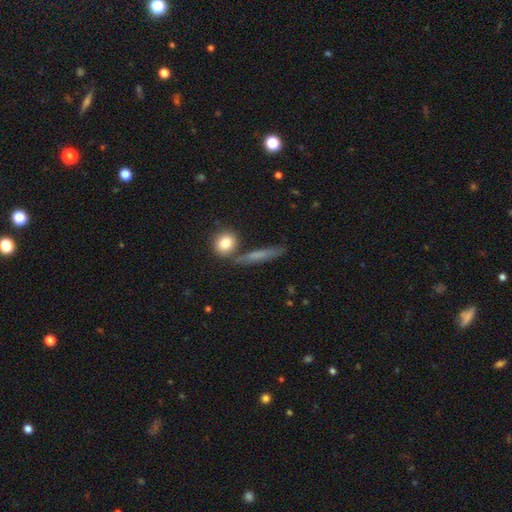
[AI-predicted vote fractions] smooth_or_featured: smooth (p=0.58) [alt: featured or disk p=0.31]
how_rounded: cigar-shaped (p=0.77) [alt: in between p=0.12]
merging: none (p=0.73) [alt: minor disturbance p=0.12]